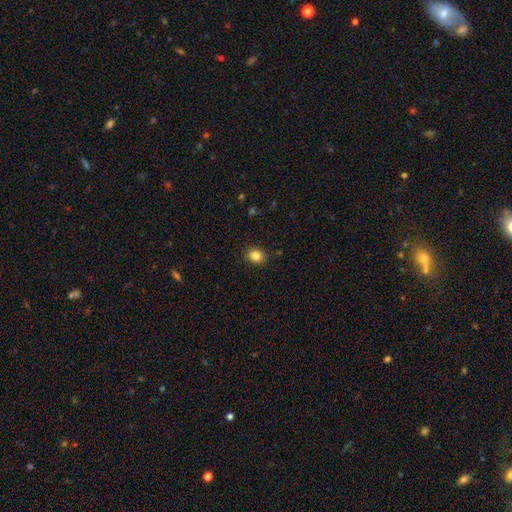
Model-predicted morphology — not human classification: Smooth or featured? Predicted: smooth (p=0.83). How rounded? Predicted: round (p=0.60). Merging? Predicted: none (p=0.89).